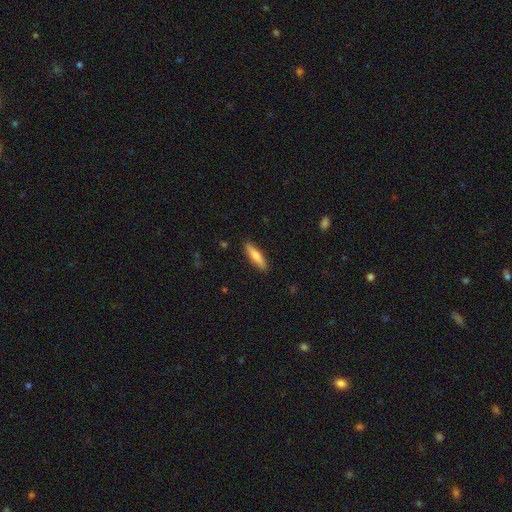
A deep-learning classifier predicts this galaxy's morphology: smooth-or-featured: smooth: 75% | featured or disk: 20% | star or artifact: 6%
  how-rounded: cigar-shaped: 75% | in between: 23% | round: 2%
  merging: none: 89% | minor disturbance: 8% | major disturbance: 2% | merger: 1%